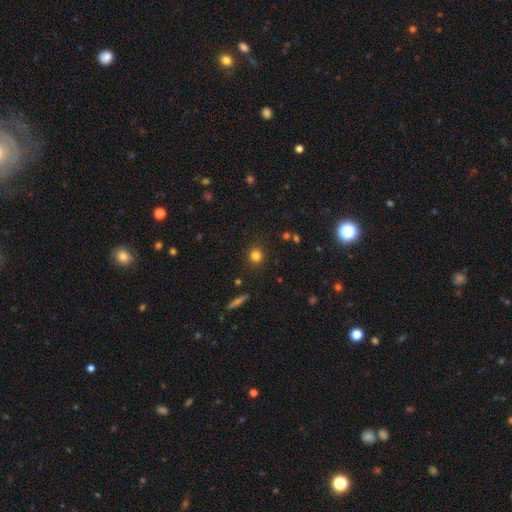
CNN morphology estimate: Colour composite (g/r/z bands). It shows a smooth galaxy with no disk features (81%) that is round (91%). Merging: none (88%).